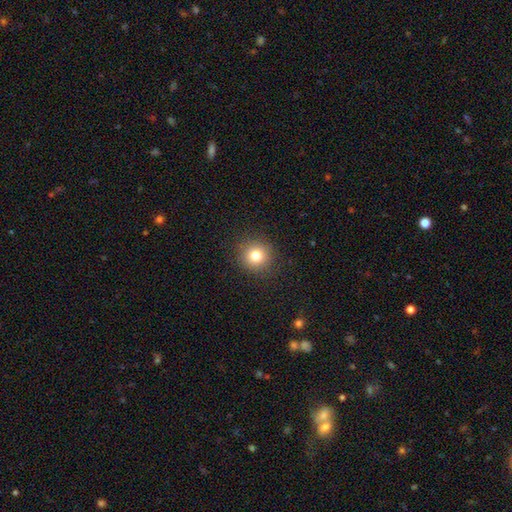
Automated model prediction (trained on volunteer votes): smooth-or-featured: smooth: 79% | star or artifact: 13% | featured or disk: 8%
  how-rounded: round: 93% | in between: 6% | cigar-shaped: 1%
  merging: none: 90% | minor disturbance: 6% | major disturbance: 2% | merger: 1%